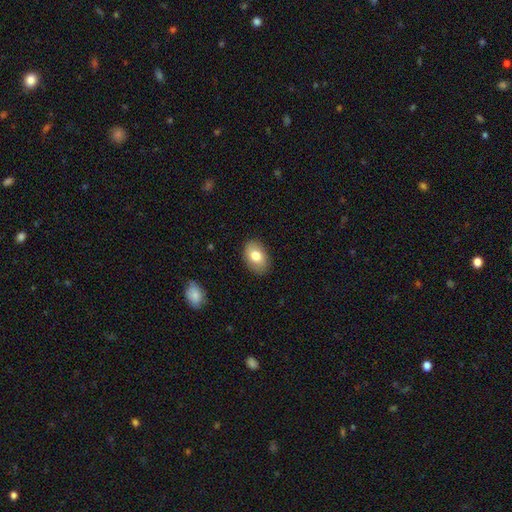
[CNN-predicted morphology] Smooth or featured: smooth — 78% (featured or disk — 15%)
How rounded: in between — 84% (round — 15%)
Merging: none — 87% (minor disturbance — 10%)